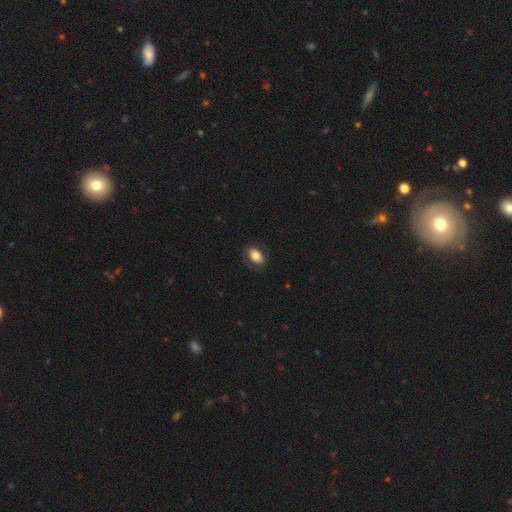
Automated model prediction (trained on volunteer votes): smooth_or_featured: smooth (p=0.80) [alt: featured or disk p=0.13]
how_rounded: in between (p=0.88) [alt: round p=0.10]
merging: none (p=0.80) [alt: minor disturbance p=0.14]